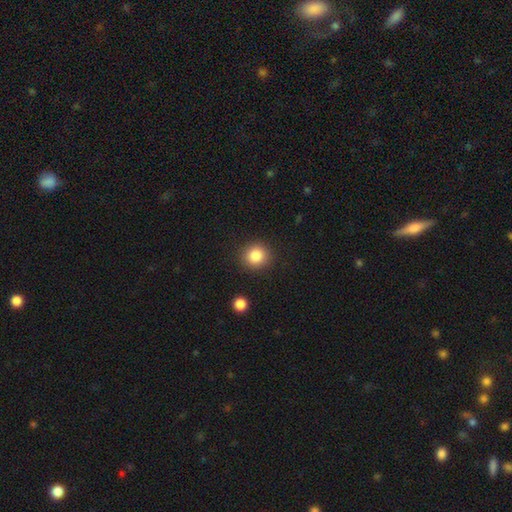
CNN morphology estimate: Smooth or featured?
  - smooth: 84% *
  - star or artifact: 10%
  - featured or disk: 5%
How rounded?
  - round: 91% *
  - in between: 9%
  - cigar-shaped: 1%
Merging?
  - none: 89% *
  - minor disturbance: 6%
  - major disturbance: 2%
  - merger: 2%